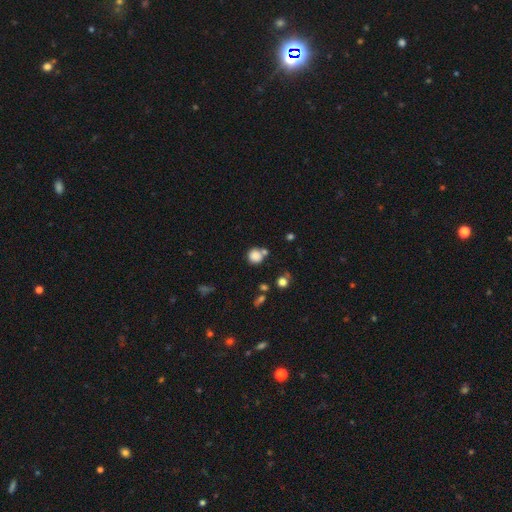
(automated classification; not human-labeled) The model was most divided on "merging": none: 60%, merger: 22%, minor disturbance: 13%, major disturbance: 5%. More confident: how rounded — round (88%); smooth or featured — smooth (82%).